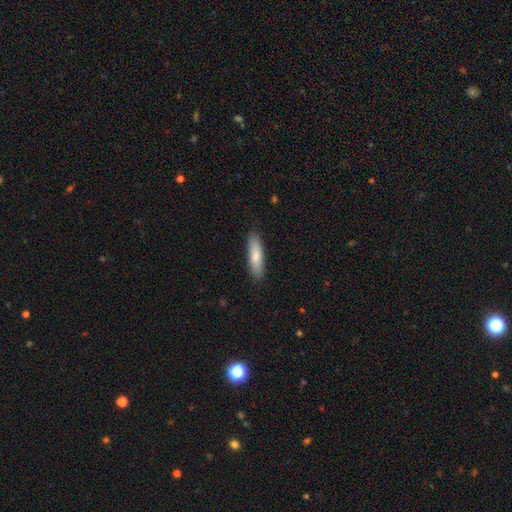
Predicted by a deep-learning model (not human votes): Smooth or featured? smooth (80%)
How rounded? cigar-shaped (62%)
Merging? none (88%)